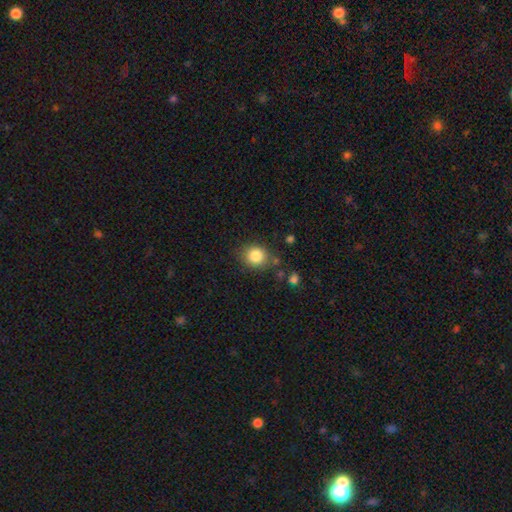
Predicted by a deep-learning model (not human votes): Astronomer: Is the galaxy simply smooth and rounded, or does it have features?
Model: smooth — 84%.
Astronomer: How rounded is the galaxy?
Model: round — 78%.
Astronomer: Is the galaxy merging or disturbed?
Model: none — 80%.